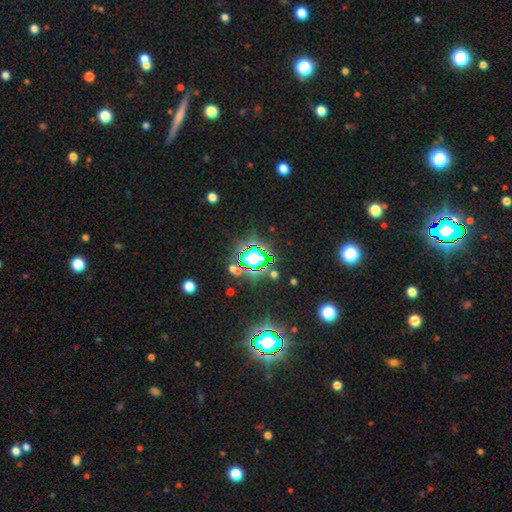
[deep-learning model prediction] Q: Smooth or featured?
A: star or artifact (64%); runner-up: smooth (25%)